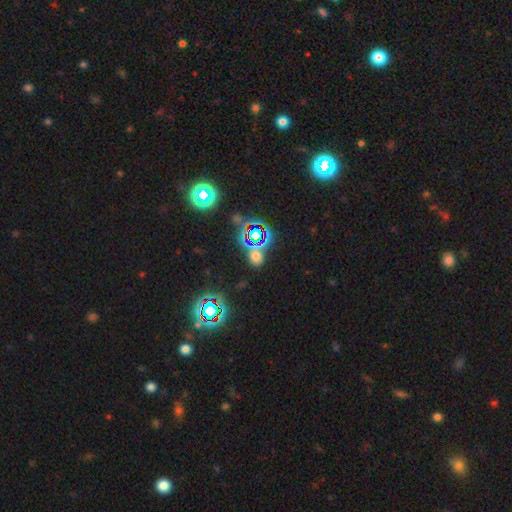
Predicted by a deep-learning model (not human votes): Smooth or featured? star or artifact (49%)